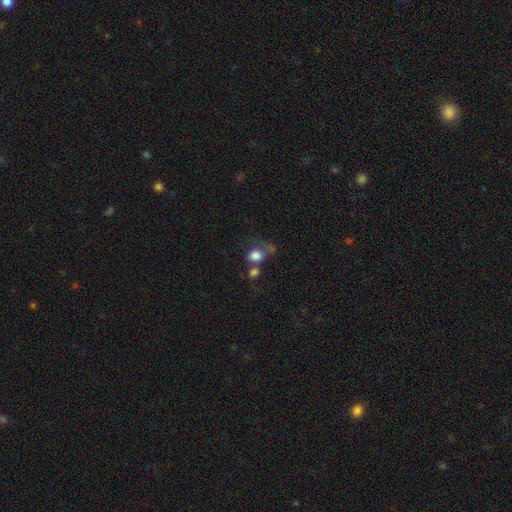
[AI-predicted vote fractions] Overall: smooth (79%). How rounded: round (55%; in between 44%). Merging: merger (35%; none 31%).